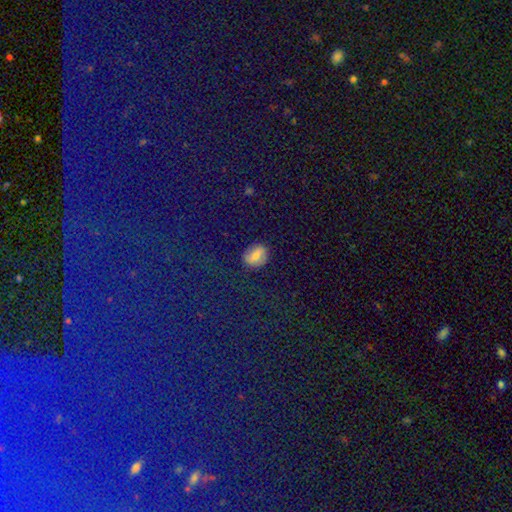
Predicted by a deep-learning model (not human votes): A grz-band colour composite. It shows a smooth galaxy with no disk features (63%) that is in between round and cigar-shaped (57%). Merging: none (83%).